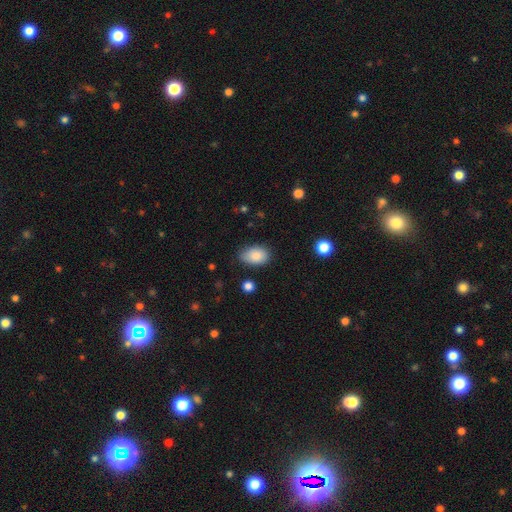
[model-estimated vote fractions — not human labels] This is clearly a smooth galaxy (85%). How rounded: clearly in between (86%). Merging: likely none (73%).